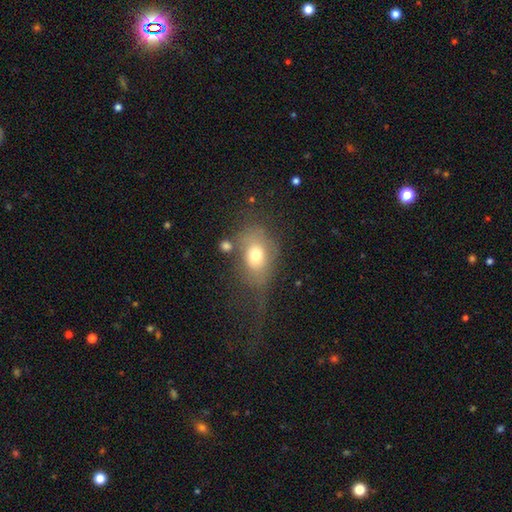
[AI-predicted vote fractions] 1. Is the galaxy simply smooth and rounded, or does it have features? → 66% smooth, 23% featured or disk, 10% star or artifact.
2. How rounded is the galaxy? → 74% in between, 24% round, 2% cigar-shaped.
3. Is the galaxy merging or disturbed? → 35% major disturbance, 33% none, 23% minor disturbance, 8% merger.